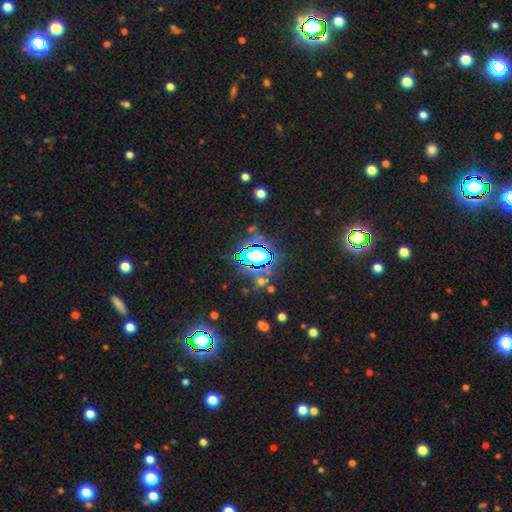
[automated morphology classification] Smooth or featured? star or artifact (70%)